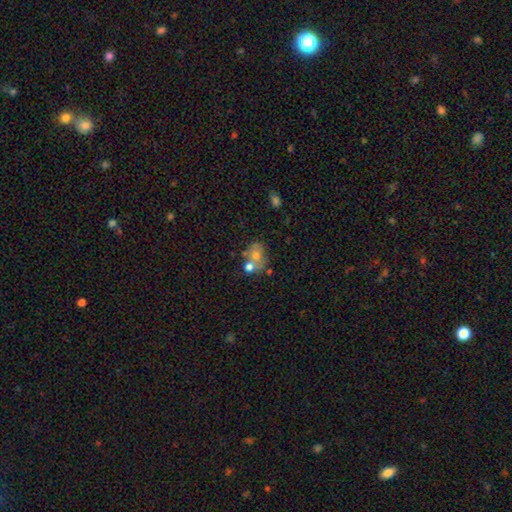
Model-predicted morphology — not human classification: A smooth galaxy with no disk features (57%) that is round (52%).

Vote fractions:
- Smooth or featured? smooth: 57% / featured or disk: 27% / star or artifact: 16%
- How rounded? round: 52% / in between: 47% / cigar-shaped: 1%
- Merging? none: 43% / merger: 36% / minor disturbance: 14% / major disturbance: 7%